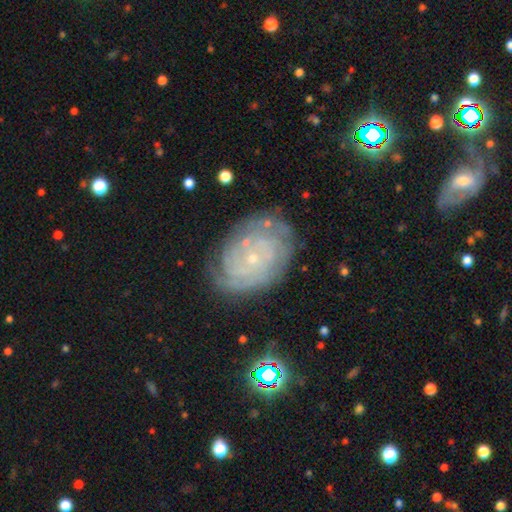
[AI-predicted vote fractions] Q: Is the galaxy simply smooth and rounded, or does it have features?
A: featured or disk — 76%.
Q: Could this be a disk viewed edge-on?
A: no — 96%.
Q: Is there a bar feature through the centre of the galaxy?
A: no — 78%.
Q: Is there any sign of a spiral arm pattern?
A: yes — 93%.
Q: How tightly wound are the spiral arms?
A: tight — 79%.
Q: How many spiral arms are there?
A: can't tell — 41%.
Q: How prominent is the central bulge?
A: small — 86%.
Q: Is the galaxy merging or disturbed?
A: none — 78%.